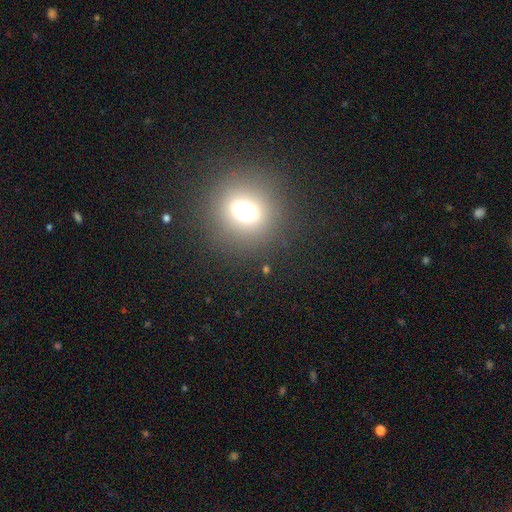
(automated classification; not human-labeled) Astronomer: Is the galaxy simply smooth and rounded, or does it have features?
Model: smooth — 62%.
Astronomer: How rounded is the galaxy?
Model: round — 79%.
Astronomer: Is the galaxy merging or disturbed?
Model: none — 91%.